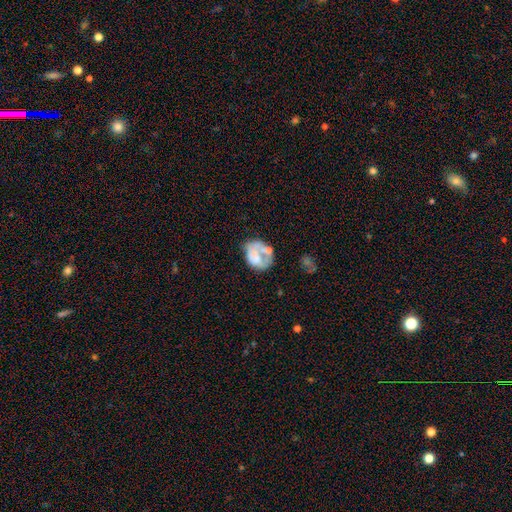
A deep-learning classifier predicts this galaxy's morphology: A featured or disk galaxy (46%). Merging: none (38%).